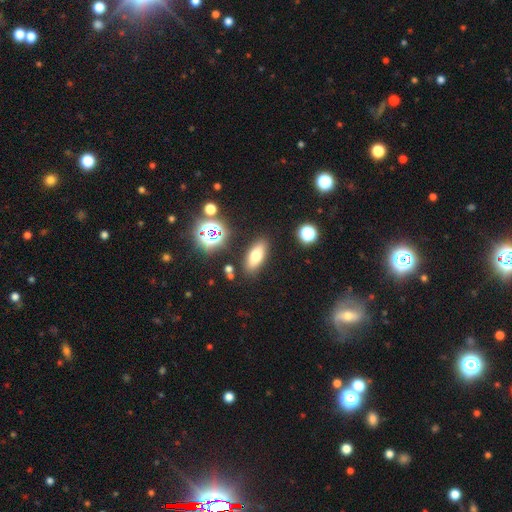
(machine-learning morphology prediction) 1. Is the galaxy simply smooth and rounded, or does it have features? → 67% smooth, 20% featured or disk, 13% star or artifact.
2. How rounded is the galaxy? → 71% in between, 23% cigar-shaped, 5% round.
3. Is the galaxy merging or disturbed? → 85% none, 9% minor disturbance, 3% merger, 3% major disturbance.